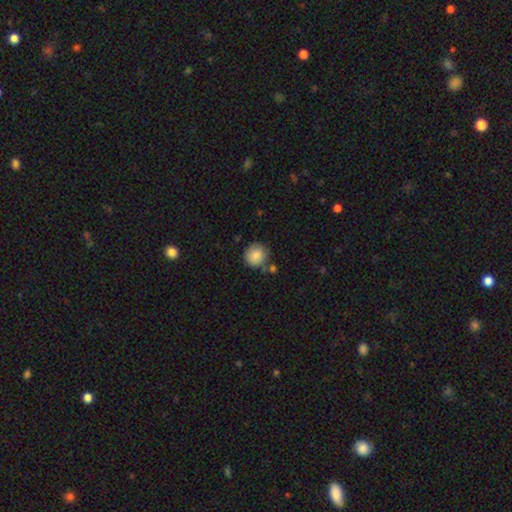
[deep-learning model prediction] Smooth or featured? smooth (85%)
How rounded? round (91%)
Merging? none (76%)